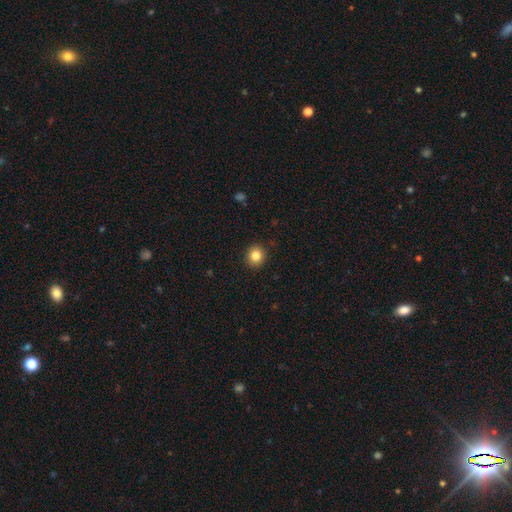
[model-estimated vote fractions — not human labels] This appears to be a smooth galaxy with no disk features (83%) that is round (88%). Merging: none (92%).